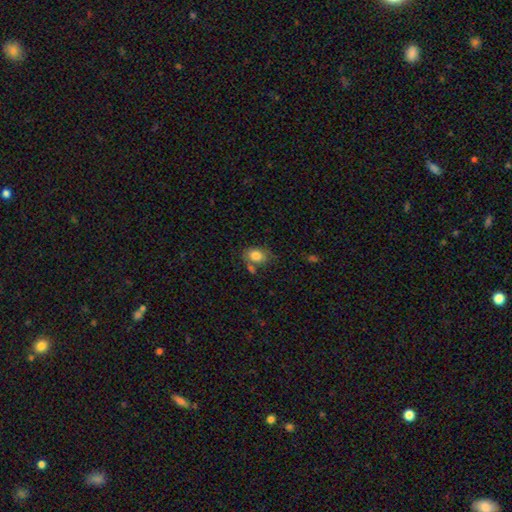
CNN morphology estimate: This appears to be a smooth galaxy with no disk features (81%) that is in between round and cigar-shaped (76%). Merging: none (56%).